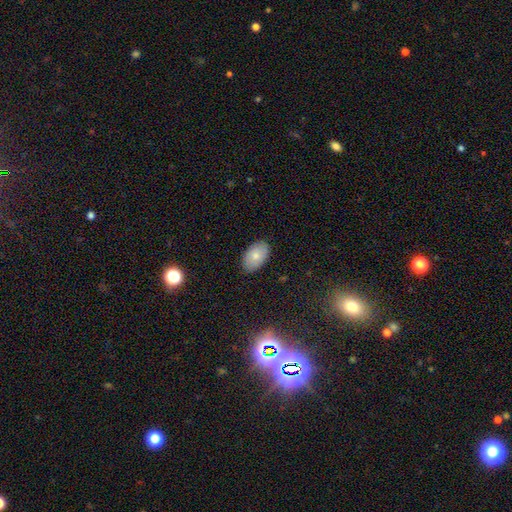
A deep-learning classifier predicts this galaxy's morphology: This is likely a smooth galaxy (77%). How rounded: clearly in between (93%). Merging: clearly none (85%).